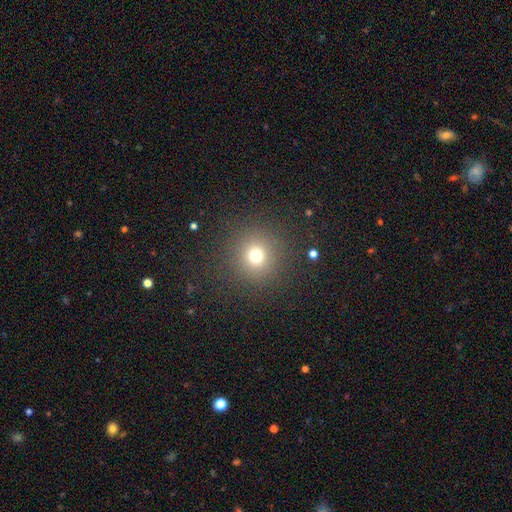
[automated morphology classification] Smooth or featured? Predicted: smooth (p=0.63). How rounded? Predicted: round (p=0.94). Merging? Predicted: none (p=0.92).